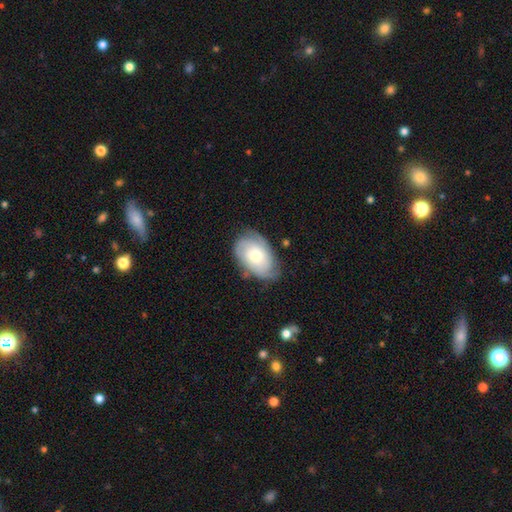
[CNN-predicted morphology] This appears to be a featured or disk galaxy (55%) with no bar (79%), spiral arms (83%) and a moderate central bulge (62%). Merging: none (66%).